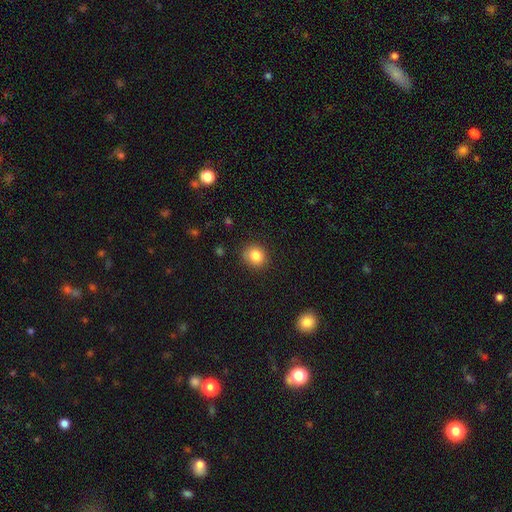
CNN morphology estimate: Smooth or featured? smooth (83%)
How rounded? round (81%)
Merging? none (86%)